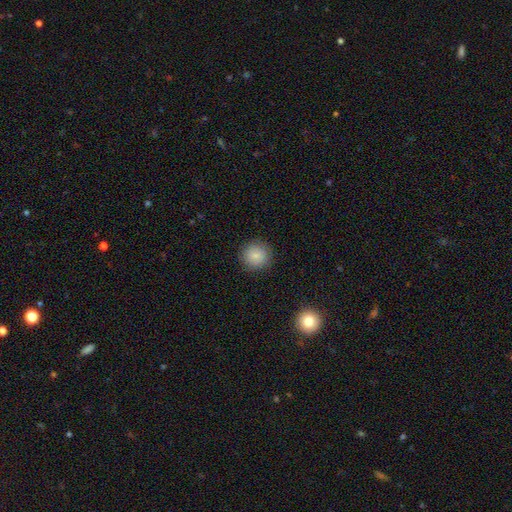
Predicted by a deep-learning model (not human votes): Smooth or featured? Predicted: smooth (p=0.84). How rounded? Predicted: round (p=0.94). Merging? Predicted: none (p=0.90).